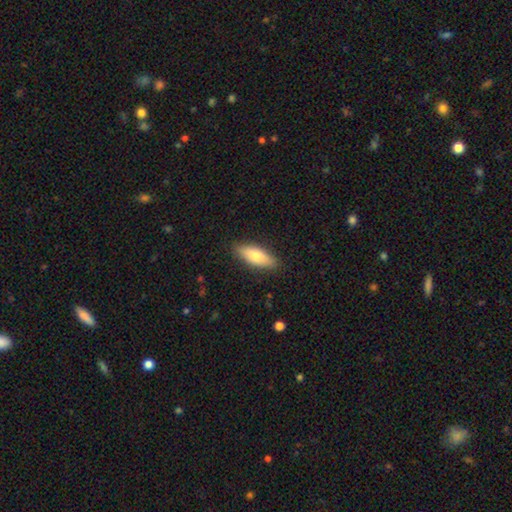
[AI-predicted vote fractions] Morphology: type=smooth (73%); roundness=in between (63%); merging=none (88%).